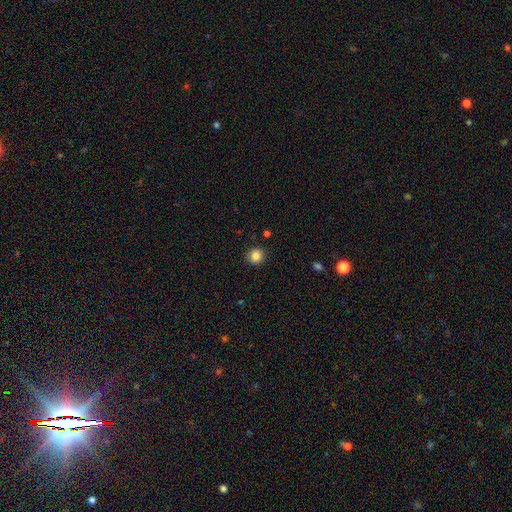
Overall: smooth (89%). How rounded: round (88%). Merging: none (86%).